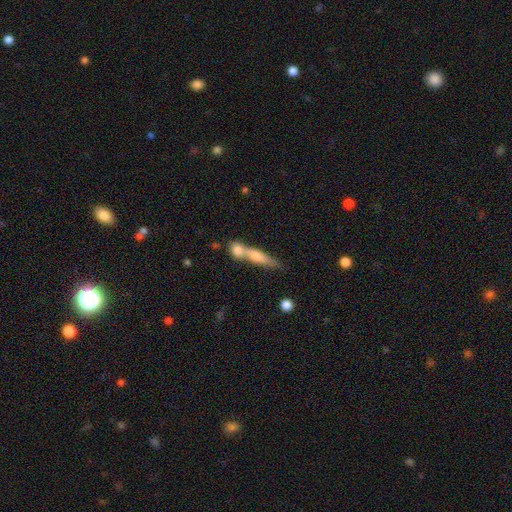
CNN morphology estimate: smooth 55%, featured or disk 37%, star or artifact 8%. Down the decision tree: how rounded — cigar-shaped (76%); merging — merger (50%).